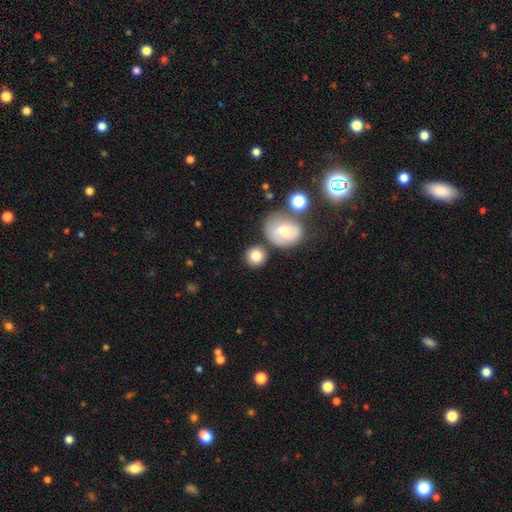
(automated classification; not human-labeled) This appears to be a smooth galaxy with no disk features (81%) that is round (86%). Merging: none (74%).